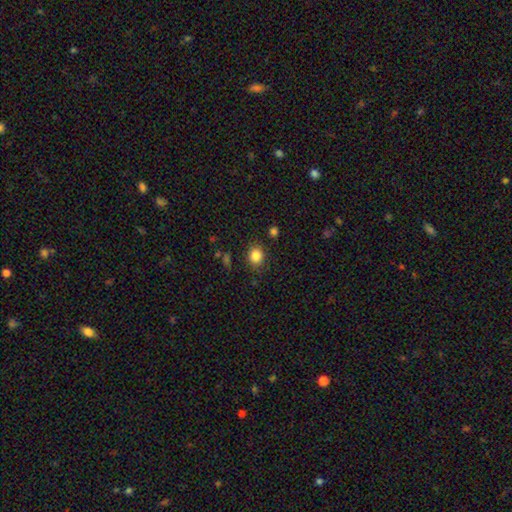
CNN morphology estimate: Overall: smooth (84%). How rounded: round (70%). Merging: none (85%).